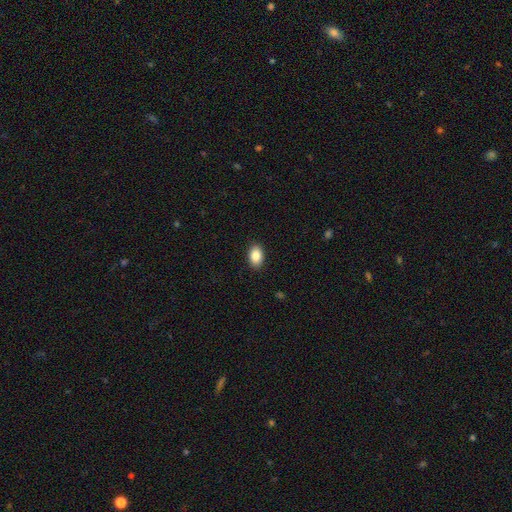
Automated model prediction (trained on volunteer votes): Q: Smooth or featured?
A: smooth (87%); runner-up: star or artifact (8%)
Q: How rounded?
A: in between (88%); runner-up: round (11%)
Q: Merging?
A: none (89%); runner-up: minor disturbance (8%)